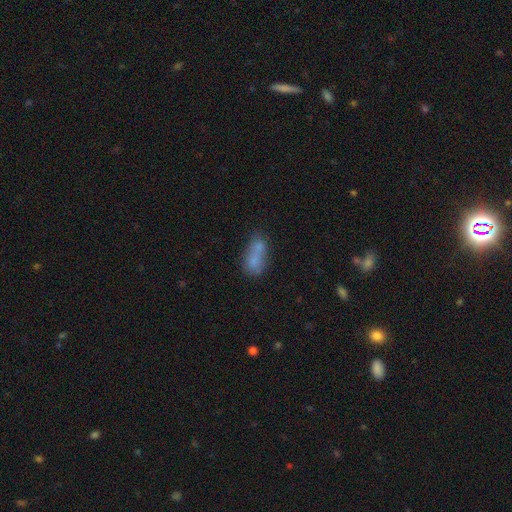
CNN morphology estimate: Overall: smooth (67%). How rounded: in between (75%). Merging: merger (41%; none 36%).